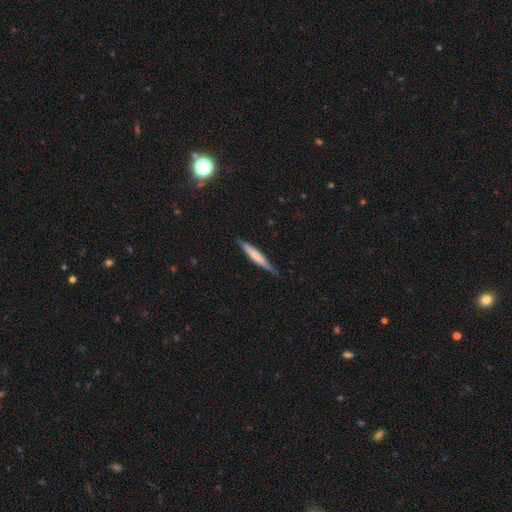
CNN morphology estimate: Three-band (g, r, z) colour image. It shows a smooth galaxy with no disk features (58%) that is cigar-shaped (94%). Merging: none (81%).